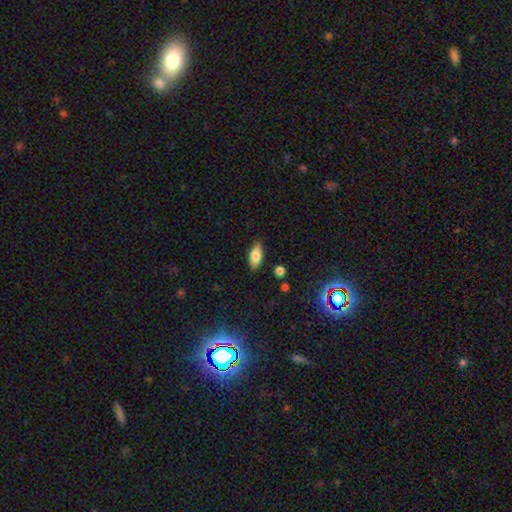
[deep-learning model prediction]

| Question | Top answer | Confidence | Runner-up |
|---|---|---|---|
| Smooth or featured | smooth | 77% | featured or disk (15%) |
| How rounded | in between | 83% | cigar-shaped (14%) |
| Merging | none | 86% | minor disturbance (10%) |